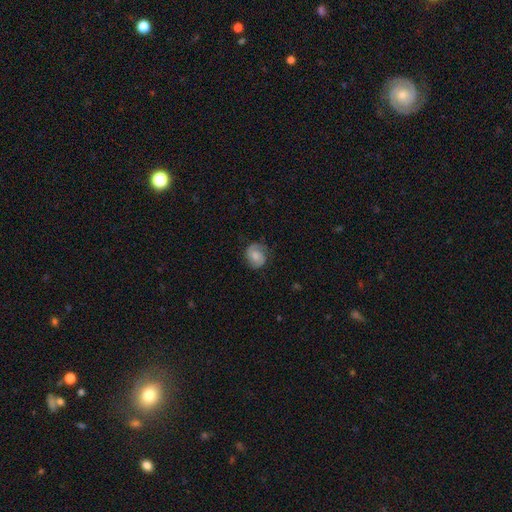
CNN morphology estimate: A featured or disk galaxy (51%). Merging: none (74%).